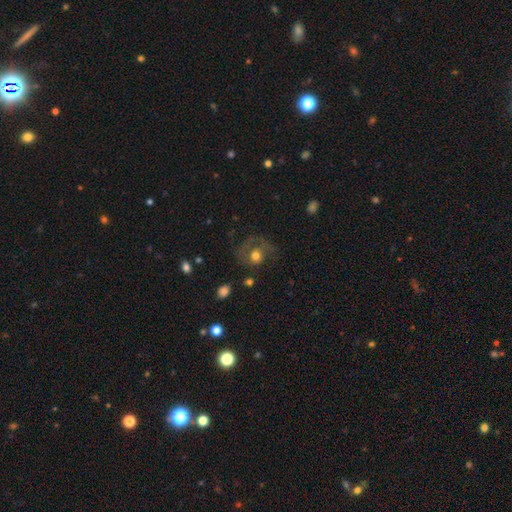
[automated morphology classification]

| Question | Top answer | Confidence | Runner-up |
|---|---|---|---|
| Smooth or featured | smooth | 51% | featured or disk (38%) |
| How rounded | round | 75% | in between (24%) |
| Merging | none | 45% | major disturbance (33%) |